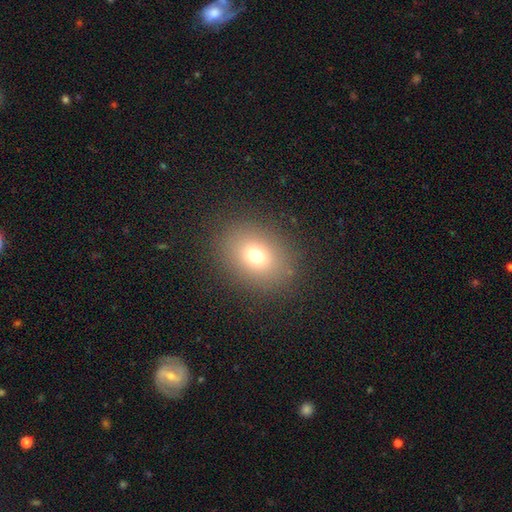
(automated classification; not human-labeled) Smooth or featured? smooth (73%)
How rounded? in between (54%)
Merging? none (86%)